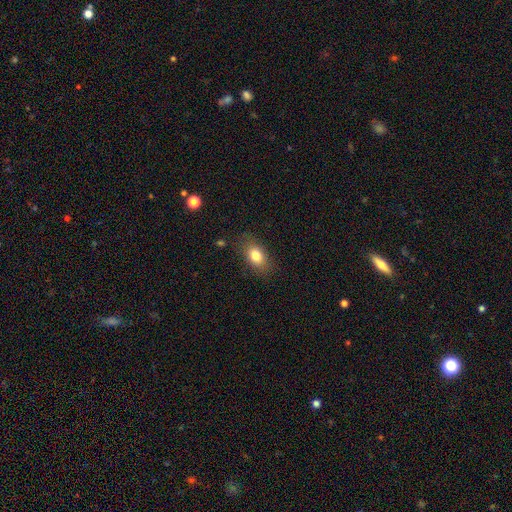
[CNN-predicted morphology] smooth-or-featured: smooth: 80% | featured or disk: 11% | star or artifact: 9%
  how-rounded: in between: 83% | round: 14% | cigar-shaped: 2%
  merging: none: 82% | minor disturbance: 13% | major disturbance: 4% | merger: 1%